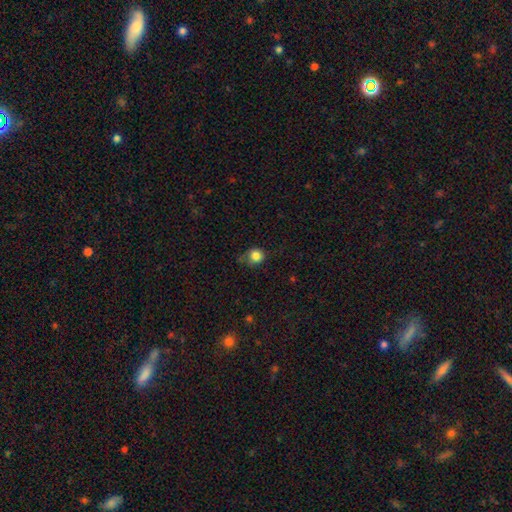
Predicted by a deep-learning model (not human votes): This is clearly a smooth galaxy (83%). How rounded: clearly round (82%). Merging: possibly none (57%).